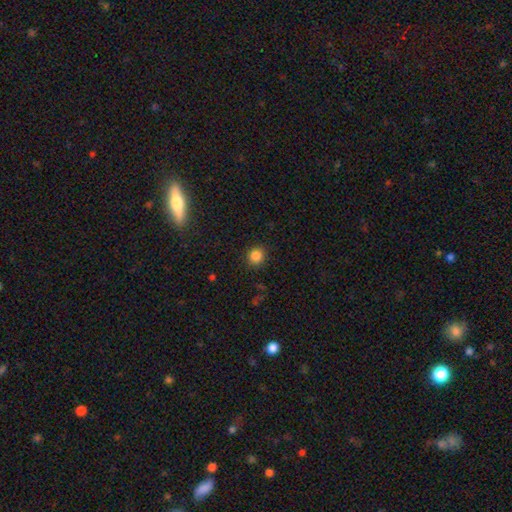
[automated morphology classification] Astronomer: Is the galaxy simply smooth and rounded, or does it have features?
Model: smooth — 85%.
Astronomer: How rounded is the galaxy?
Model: round — 89%.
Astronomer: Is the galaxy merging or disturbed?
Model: none — 90%.